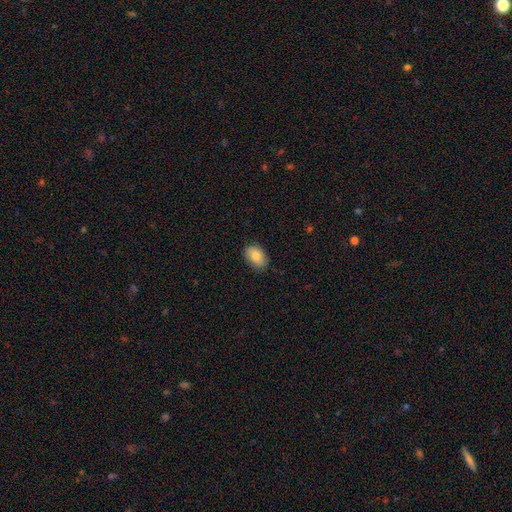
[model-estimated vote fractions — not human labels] smooth-or-featured: smooth: 82% | featured or disk: 11% | star or artifact: 7%
  how-rounded: in between: 86% | round: 13% | cigar-shaped: 1%
  merging: none: 85% | minor disturbance: 12% | major disturbance: 2% | merger: 1%